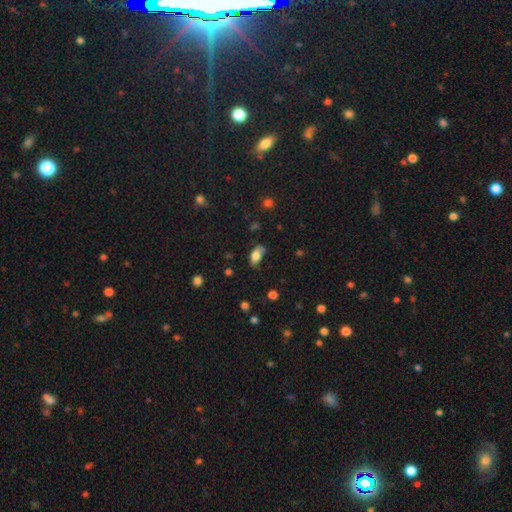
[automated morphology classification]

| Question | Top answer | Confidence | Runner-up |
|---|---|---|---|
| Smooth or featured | smooth | 75% | featured or disk (17%) |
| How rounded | in between | 87% | cigar-shaped (8%) |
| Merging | none | 57% | minor disturbance (30%) |